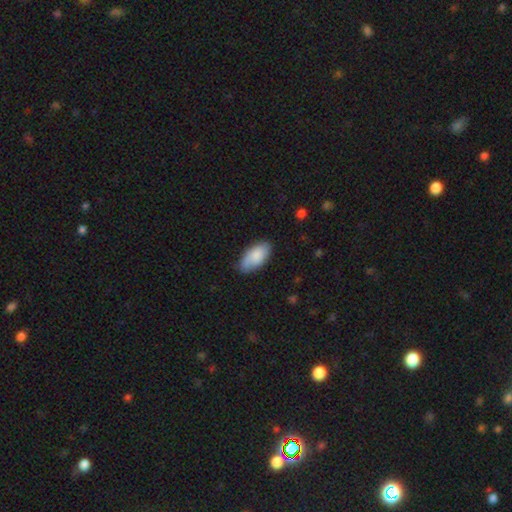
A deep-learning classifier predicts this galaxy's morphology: This is clearly a smooth galaxy (82%). How rounded: clearly in between (93%). Merging: likely none (74%).